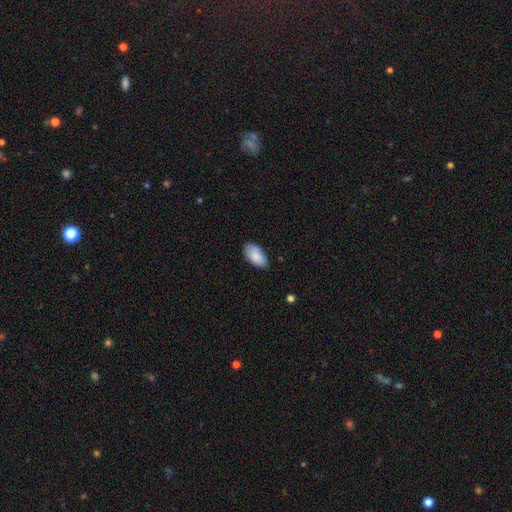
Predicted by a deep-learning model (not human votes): A smooth galaxy with no disk features (87%) that is in between round and cigar-shaped (95%).

Vote fractions:
- Smooth or featured? smooth: 87% / star or artifact: 6% / featured or disk: 6%
- How rounded? in between: 95% / round: 3% / cigar-shaped: 2%
- Merging? none: 80% / minor disturbance: 16% / major disturbance: 3% / merger: 1%